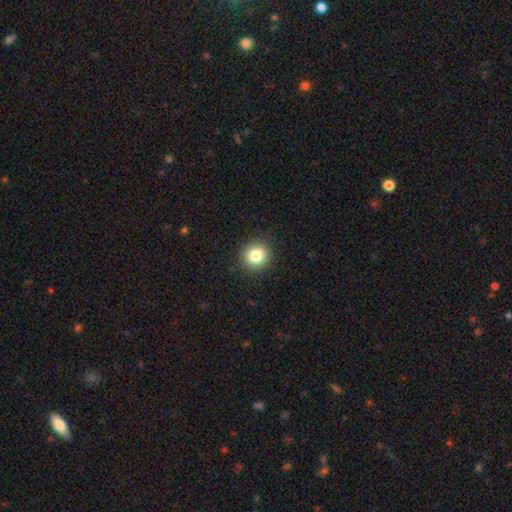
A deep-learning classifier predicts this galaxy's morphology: Smooth or featured?
  - smooth: 83% *
  - star or artifact: 11%
  - featured or disk: 6%
How rounded?
  - round: 90% *
  - in between: 9%
  - cigar-shaped: 1%
Merging?
  - none: 91% *
  - minor disturbance: 6%
  - major disturbance: 2%
  - merger: 1%